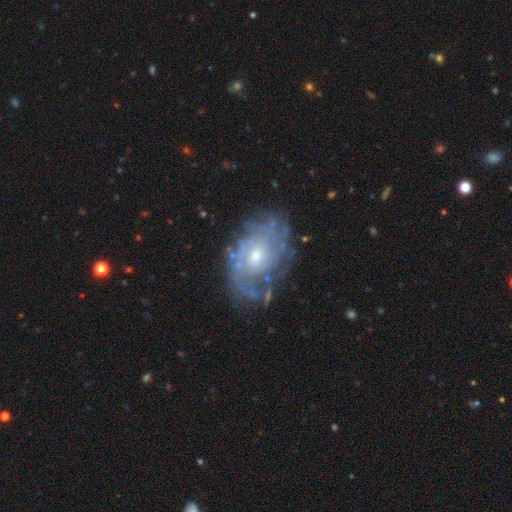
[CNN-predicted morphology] A featured or disk galaxy (81%) with no bar (71%), tight (62%) spiral arms (88%) and a small central bulge (62%). Merging: none (68%).